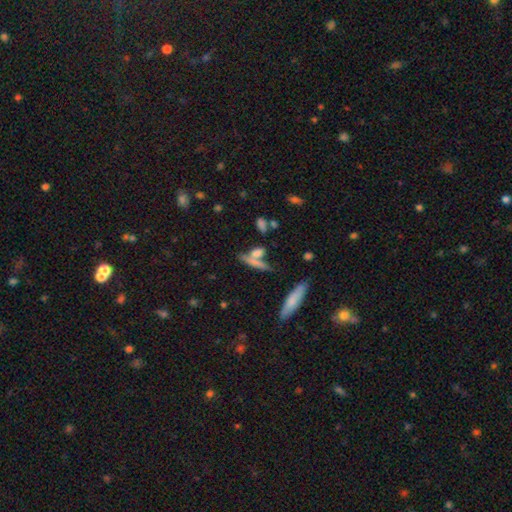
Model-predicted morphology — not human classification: A smooth galaxy with no disk features (65%) that is cigar-shaped (58%).

Vote fractions:
- Smooth or featured? smooth: 65% / featured or disk: 23% / star or artifact: 11%
- How rounded? cigar-shaped: 58% / in between: 34% / round: 8%
- Merging? none: 46% / merger: 36% / minor disturbance: 12% / major disturbance: 6%